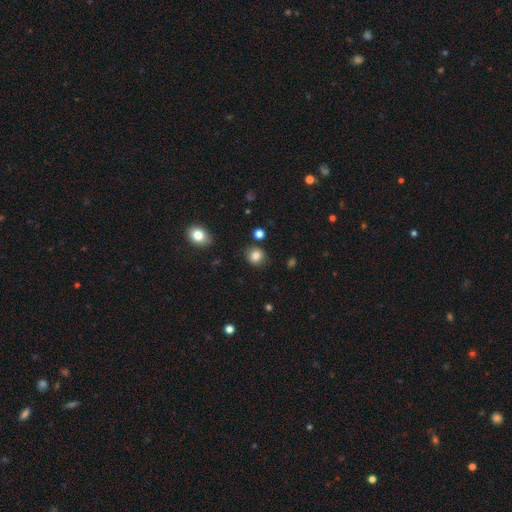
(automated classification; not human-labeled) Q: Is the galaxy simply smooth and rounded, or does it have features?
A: smooth — 83%.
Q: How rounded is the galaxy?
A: round — 85%.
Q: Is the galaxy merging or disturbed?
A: none — 86%.